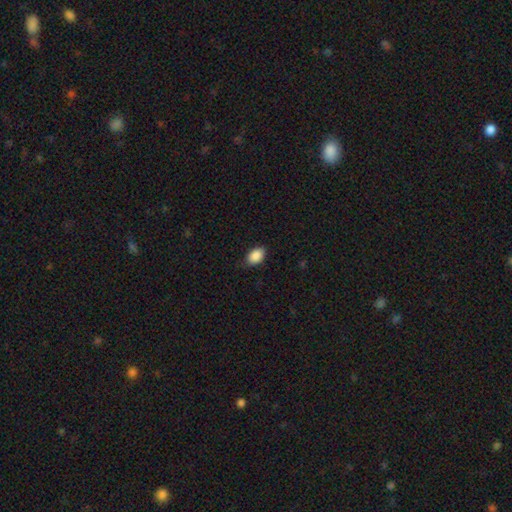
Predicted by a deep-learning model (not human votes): smooth-or-featured: smooth: 89% | star or artifact: 7% | featured or disk: 4%
  how-rounded: in between: 87% | round: 11% | cigar-shaped: 1%
  merging: none: 78% | minor disturbance: 18% | major disturbance: 3% | merger: 1%